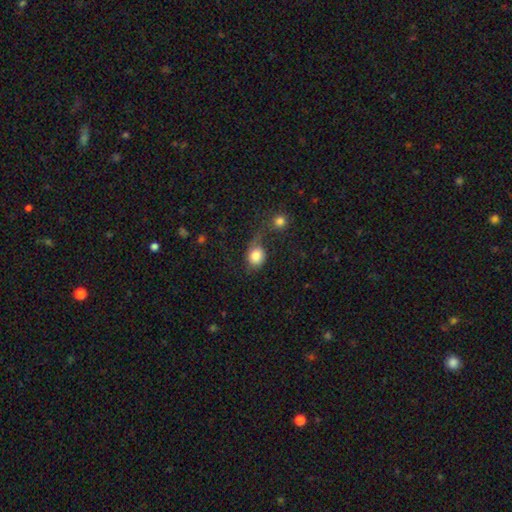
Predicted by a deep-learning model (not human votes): smooth 78%, featured or disk 13%, star or artifact 9%. Down the decision tree: how rounded — round (58%); merging — none (31%).